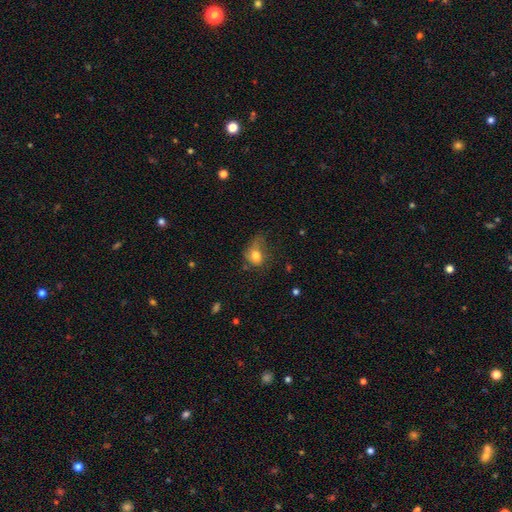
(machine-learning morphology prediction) Smooth or featured? smooth (71%)
How rounded? in between (60%)
Merging? major disturbance (39%)